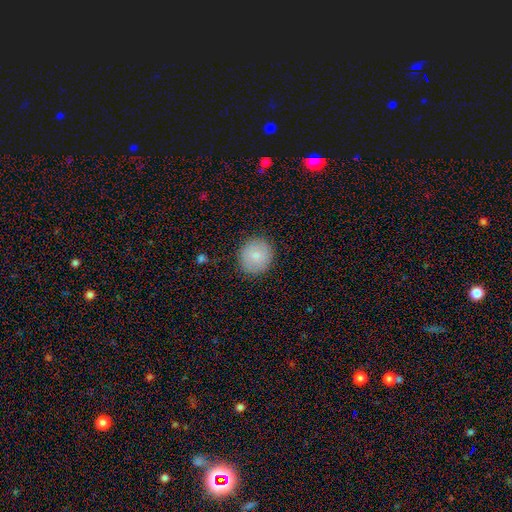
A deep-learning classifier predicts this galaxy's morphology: This appears to be a smooth galaxy with no disk features (84%) that is round (93%). Merging: none (90%).